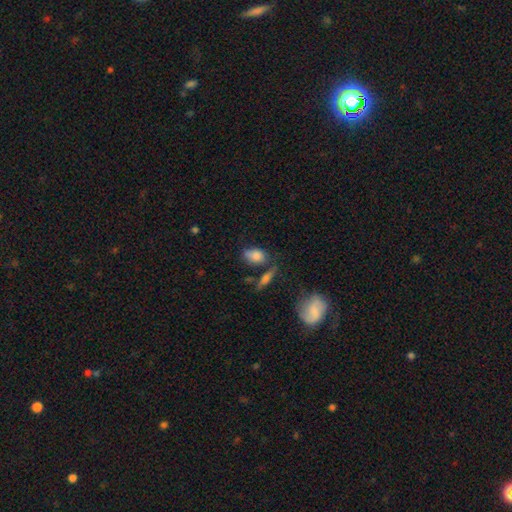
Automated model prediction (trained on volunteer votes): smooth 80%, featured or disk 11%, star or artifact 9%. Down the decision tree: how rounded — in between (82%); merging — none (50%).